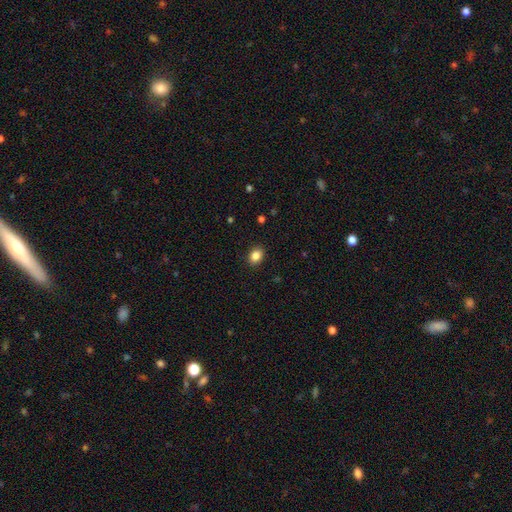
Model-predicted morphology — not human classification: The model was most divided on "how rounded": in between: 61%, round: 38%, cigar-shaped: 1%. More confident: merging — none (90%); smooth or featured — smooth (86%).